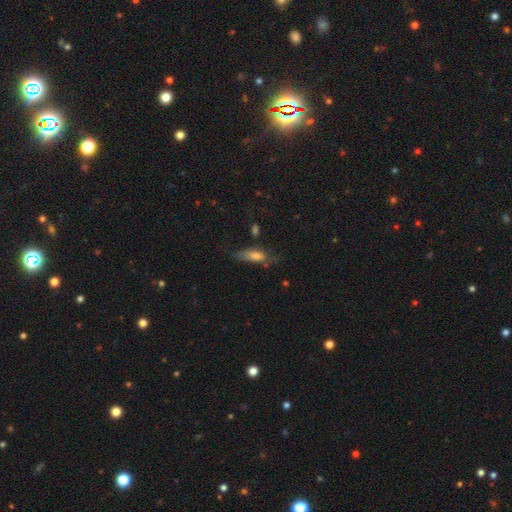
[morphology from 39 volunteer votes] This appears to be a smooth galaxy with no disk features (82%) that is in between round and cigar-shaped (62%). Merging: none (56%).